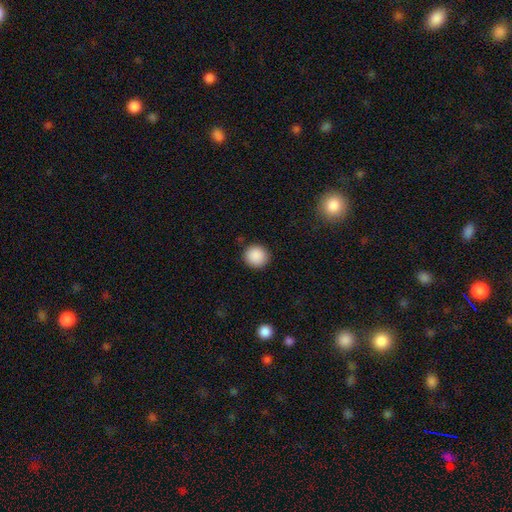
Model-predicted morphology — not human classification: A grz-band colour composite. It shows a smooth galaxy with no disk features (89%) that is round (92%). Merging: none (91%).